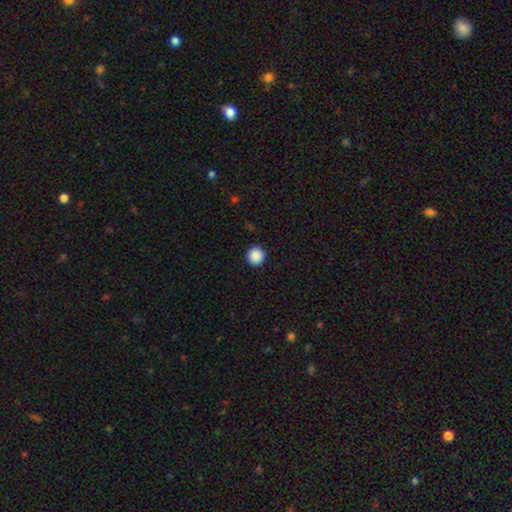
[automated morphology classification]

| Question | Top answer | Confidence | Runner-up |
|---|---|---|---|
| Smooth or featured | smooth | 89% | star or artifact (9%) |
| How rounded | round | 96% | in between (3%) |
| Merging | none | 93% | minor disturbance (4%) |